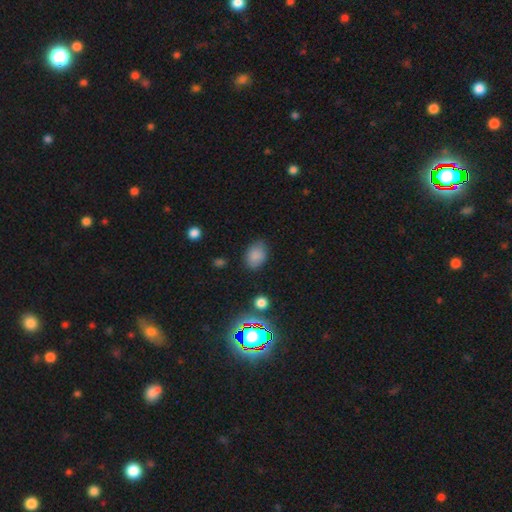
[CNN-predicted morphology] A smooth galaxy with no disk features (80%) that is in between round and cigar-shaped (75%). Merging: none (78%).